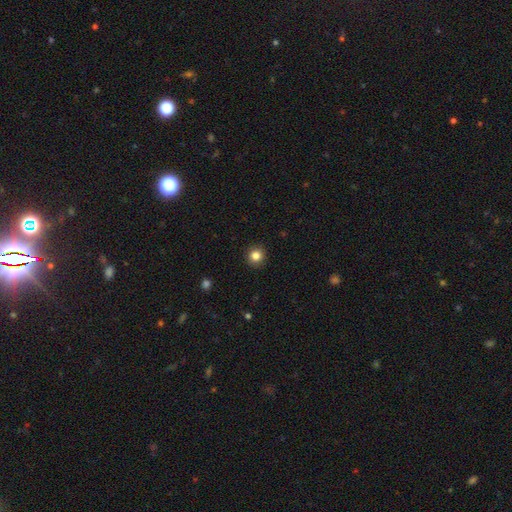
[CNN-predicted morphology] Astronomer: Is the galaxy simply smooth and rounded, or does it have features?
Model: smooth — 84%.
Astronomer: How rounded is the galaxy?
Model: round — 93%.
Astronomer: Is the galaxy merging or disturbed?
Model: none — 92%.